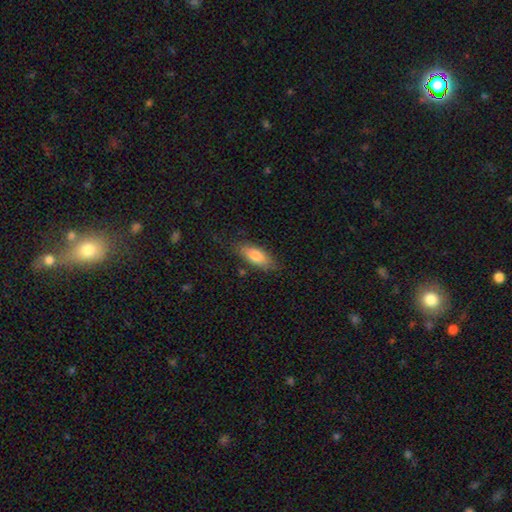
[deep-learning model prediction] This is clearly a smooth galaxy (80%). How rounded: likely in between (77%). Merging: likely none (78%).